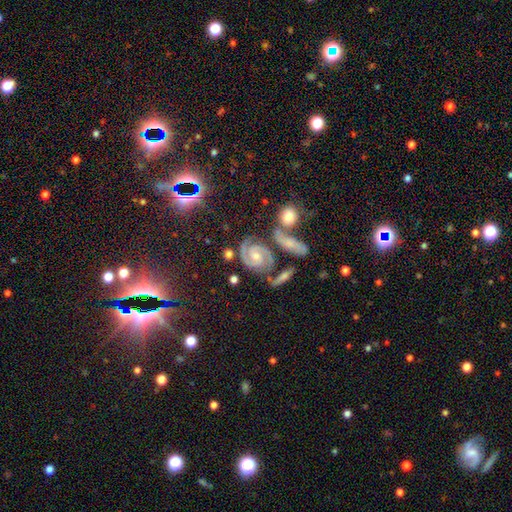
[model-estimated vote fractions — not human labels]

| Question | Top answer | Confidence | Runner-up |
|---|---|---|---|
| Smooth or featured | featured or disk | 81% | star or artifact (11%) |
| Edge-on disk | no | 96% | yes (4%) |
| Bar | no | 59% | weak (30%) |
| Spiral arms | yes | 97% | no (3%) |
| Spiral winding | tight | 60% | medium (34%) |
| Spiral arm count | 2 | 75% | 3 (12%) |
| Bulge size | small | 47% | moderate (46%) |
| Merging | none | 61% | minor disturbance (19%) |